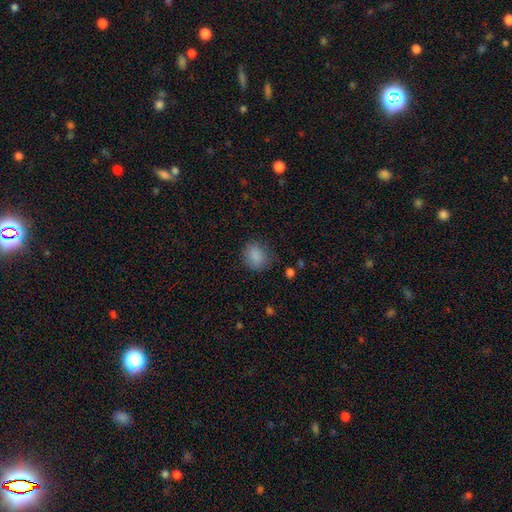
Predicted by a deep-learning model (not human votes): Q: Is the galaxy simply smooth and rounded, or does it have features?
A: smooth — 85%.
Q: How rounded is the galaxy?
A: round — 66%.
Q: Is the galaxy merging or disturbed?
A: none — 78%.